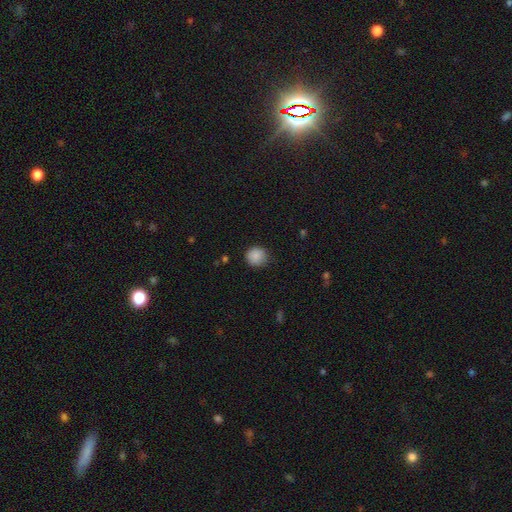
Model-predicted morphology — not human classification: Overall: smooth (88%). How rounded: round (90%). Merging: none (81%).